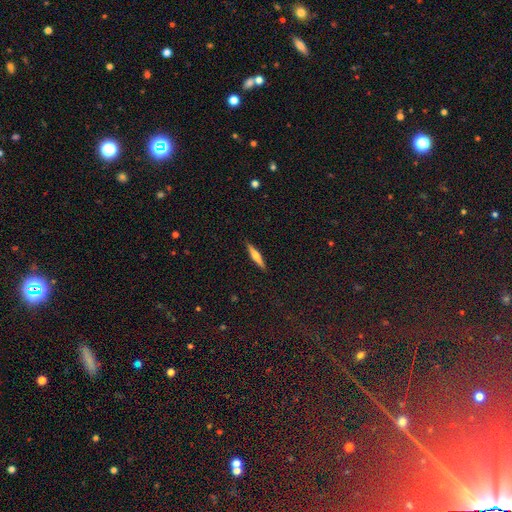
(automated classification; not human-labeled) Overall: featured or disk (55%; smooth 38%). Edge-on disk: yes (96%). Edge-on bulge: rounded (87%). Merging: none (91%).